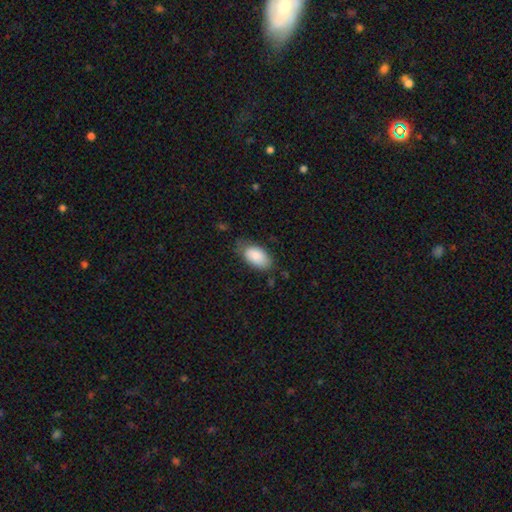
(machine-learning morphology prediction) A smooth galaxy with no disk features (86%) that is in between round and cigar-shaped (94%).

Vote fractions:
- Smooth or featured? smooth: 86% / featured or disk: 8% / star or artifact: 6%
- How rounded? in between: 94% / round: 3% / cigar-shaped: 2%
- Merging? none: 62% / minor disturbance: 29% / major disturbance: 7% / merger: 2%